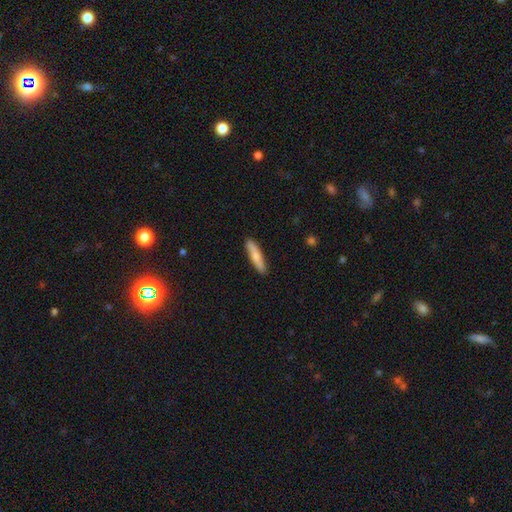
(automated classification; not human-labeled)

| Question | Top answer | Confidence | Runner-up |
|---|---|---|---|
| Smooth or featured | smooth | 72% | featured or disk (23%) |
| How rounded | cigar-shaped | 84% | in between (14%) |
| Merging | none | 88% | minor disturbance (9%) |